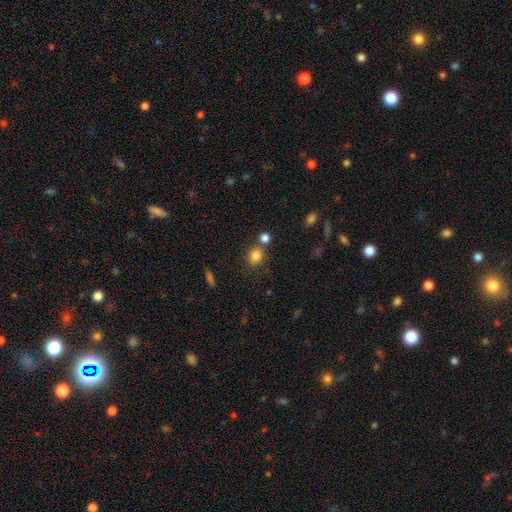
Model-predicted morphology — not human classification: This is clearly a smooth galaxy (82%). How rounded: likely round (74%). Merging: likely none (66%).